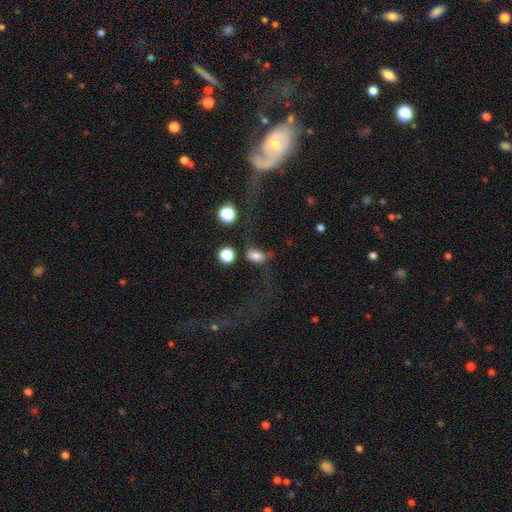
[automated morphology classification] Overall: smooth (76%). How rounded: in between (78%). Merging: none (45%; major disturbance 26%).